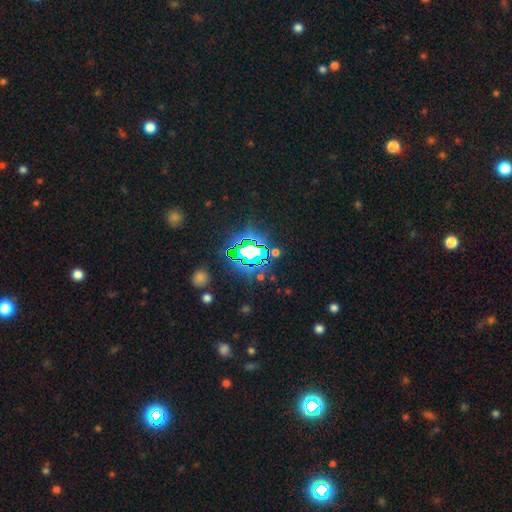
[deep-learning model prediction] smooth-or-featured: star or artifact: 73% | smooth: 15% | featured or disk: 11%